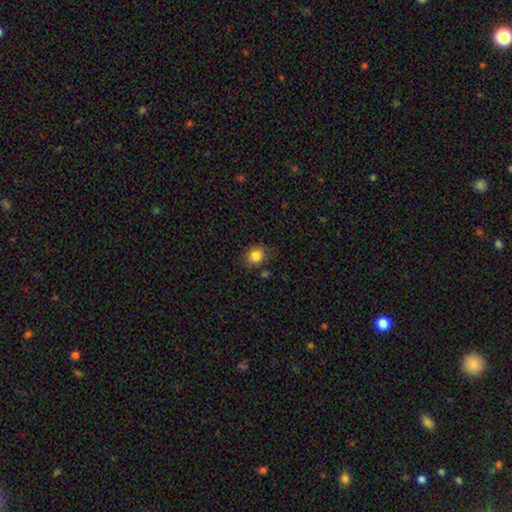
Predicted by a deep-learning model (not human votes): smooth 84%, star or artifact 10%, featured or disk 5%. Down the decision tree: how rounded — round (68%); merging — none (80%).